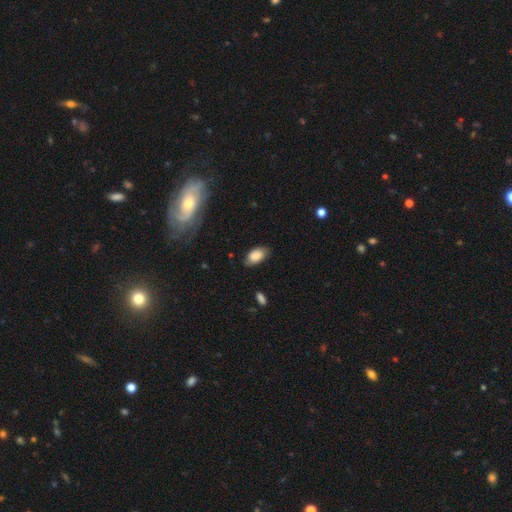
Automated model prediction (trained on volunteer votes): Morphology: type=smooth (83%); roundness=in between (93%); merging=none (74%).